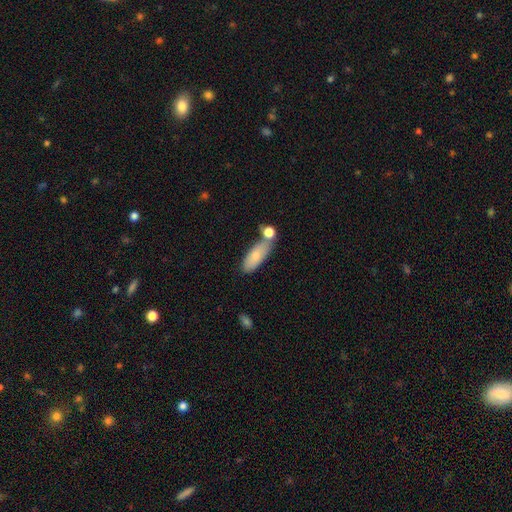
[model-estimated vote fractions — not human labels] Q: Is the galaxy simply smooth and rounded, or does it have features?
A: smooth — 76%.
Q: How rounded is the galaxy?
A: in between — 73%.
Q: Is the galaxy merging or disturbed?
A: none — 58%.